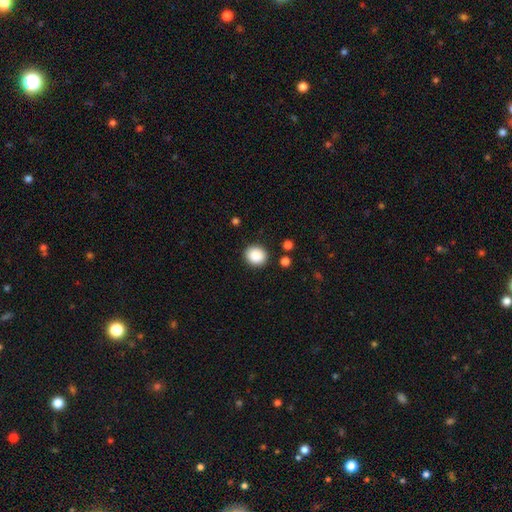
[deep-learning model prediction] A smooth galaxy with no disk features (88%) that is round (78%). Merging: none (89%).